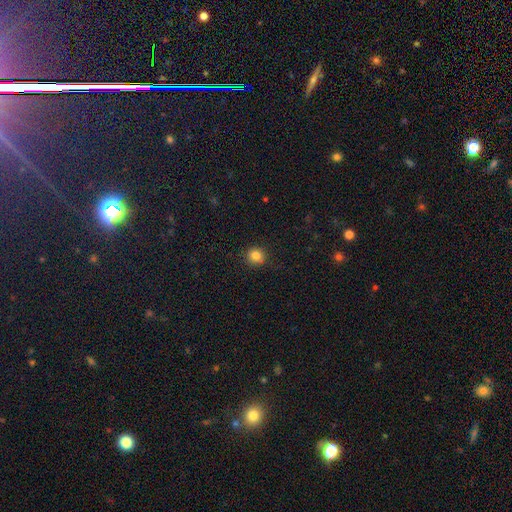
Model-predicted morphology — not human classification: The model was most divided on "smooth or featured": smooth: 82%, star or artifact: 12%, featured or disk: 6%. More confident: how rounded — round (89%); merging — none (89%).